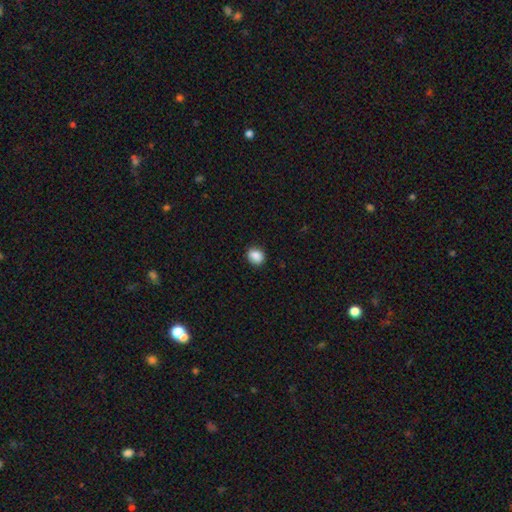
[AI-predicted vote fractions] A smooth galaxy with no disk features (88%) that is round (64%). Merging: none (89%).